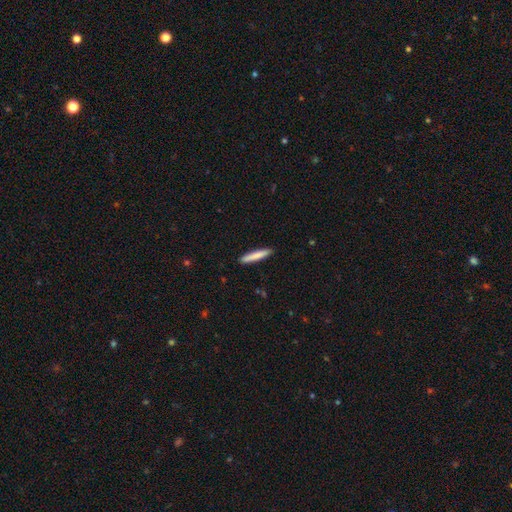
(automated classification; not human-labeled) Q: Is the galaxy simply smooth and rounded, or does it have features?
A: smooth — 82%.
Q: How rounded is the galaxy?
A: cigar-shaped — 93%.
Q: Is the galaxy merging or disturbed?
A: none — 91%.